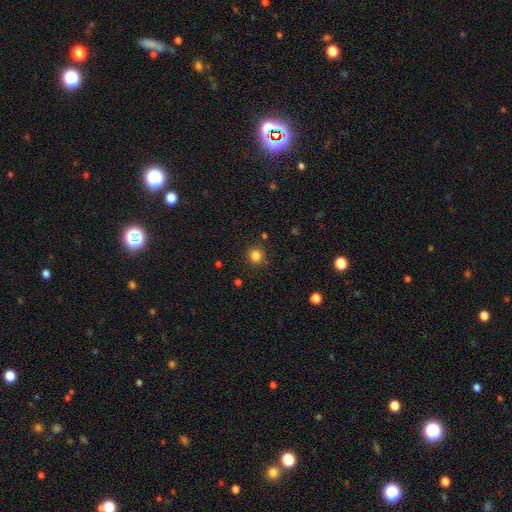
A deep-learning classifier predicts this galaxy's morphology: Overall: smooth (82%). How rounded: round (93%). Merging: none (88%).